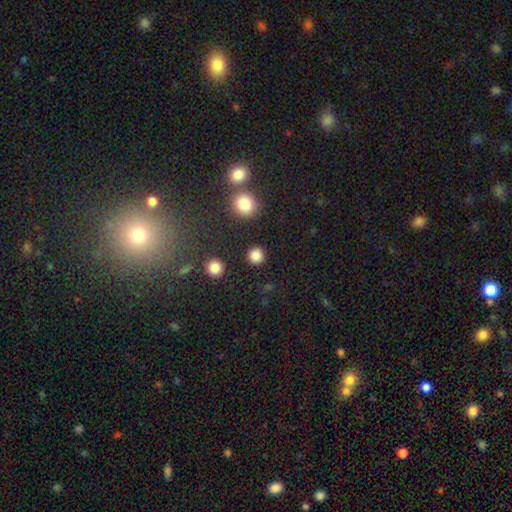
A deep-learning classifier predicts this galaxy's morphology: Smooth or featured: smooth — 85% (star or artifact — 12%)
How rounded: round — 91% (in between — 8%)
Merging: none — 89% (minor disturbance — 6%)